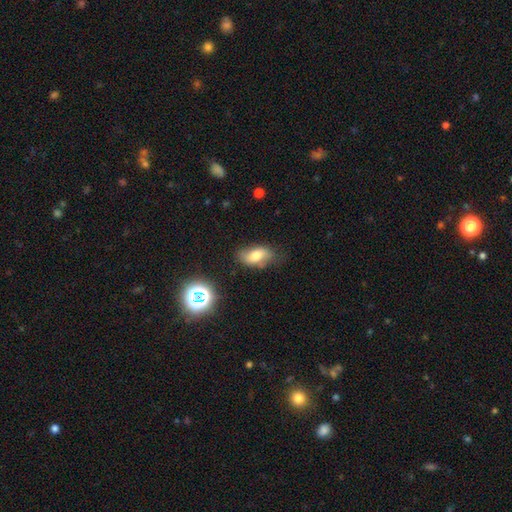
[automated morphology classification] smooth-or-featured: smooth: 66% | featured or disk: 23% | star or artifact: 11%
  how-rounded: in between: 89% | round: 7% | cigar-shaped: 4%
  merging: none: 61% | minor disturbance: 28% | major disturbance: 8% | merger: 3%